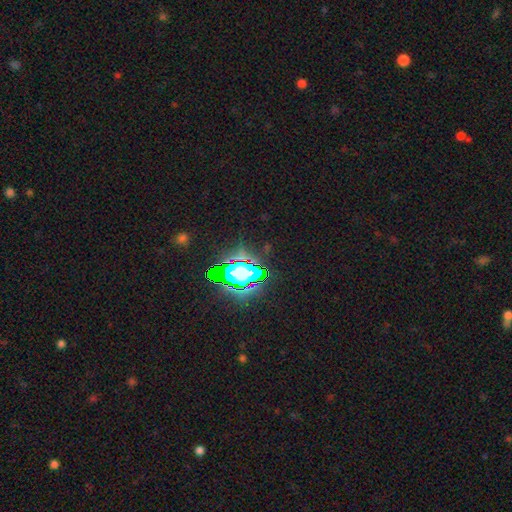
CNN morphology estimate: Smooth or featured? star or artifact (82%)